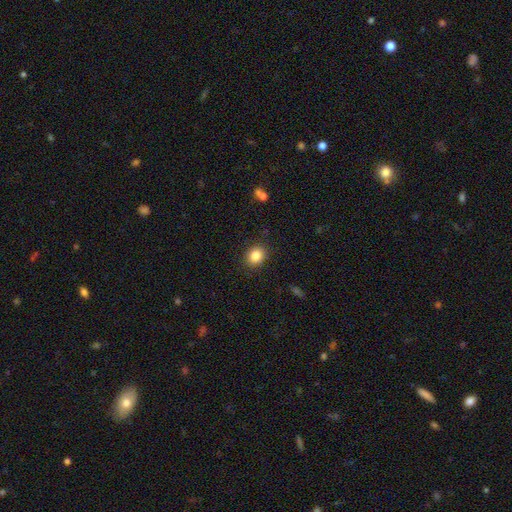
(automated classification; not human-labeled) Smooth or featured?
  - smooth: 85% *
  - star or artifact: 10%
  - featured or disk: 5%
How rounded?
  - round: 57% *
  - in between: 42%
  - cigar-shaped: 1%
Merging?
  - none: 88% *
  - minor disturbance: 8%
  - major disturbance: 2%
  - merger: 1%